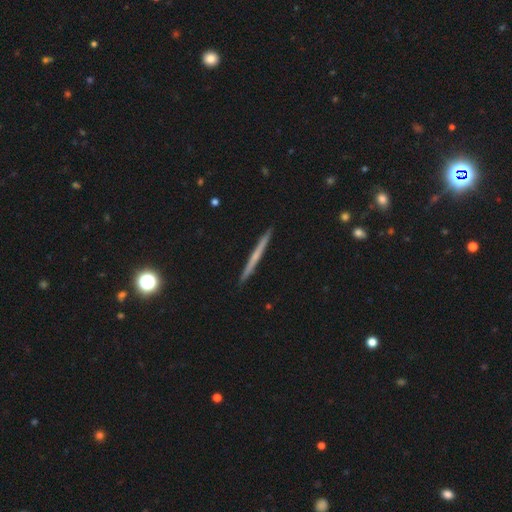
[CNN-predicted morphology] smooth-or-featured: featured or disk: 52% | smooth: 42% | star or artifact: 6%
  disk-edge-on: yes: 98% | no: 2%
    edge-on-bulge: none: 79% | rounded: 17% | boxy: 4%
  merging: none: 93% | minor disturbance: 5% | major disturbance: 1% | merger: 1%